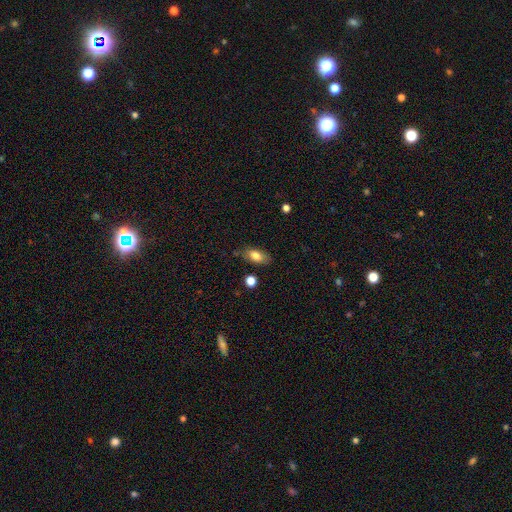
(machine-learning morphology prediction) type=smooth (79%); roundness=in between (86%); merging=none (76%).